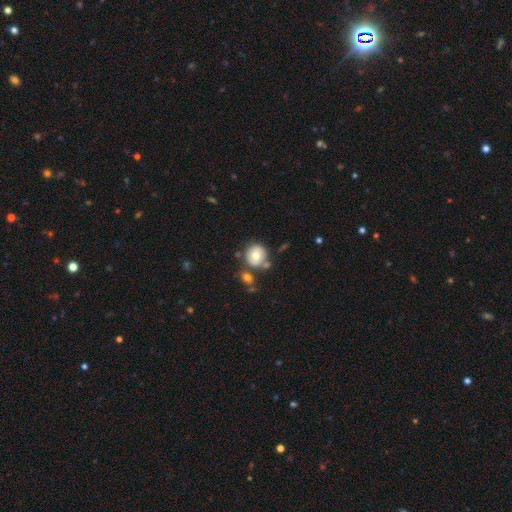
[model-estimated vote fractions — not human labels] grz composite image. It shows a smooth galaxy with no disk features (69%) that is round (89%). Merging: none (68%).